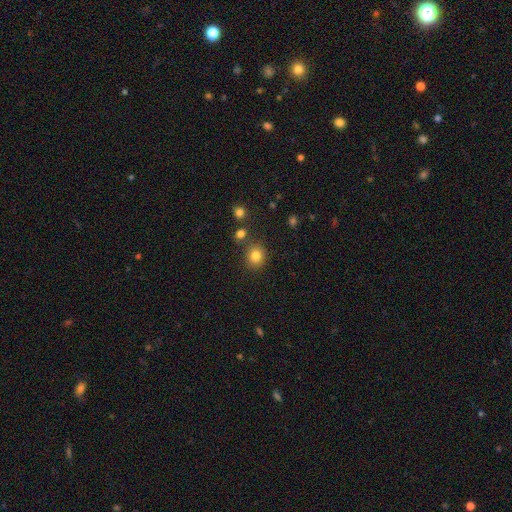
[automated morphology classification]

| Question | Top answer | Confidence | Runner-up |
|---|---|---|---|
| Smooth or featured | smooth | 83% | star or artifact (12%) |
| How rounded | round | 78% | in between (21%) |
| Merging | none | 80% | minor disturbance (10%) |